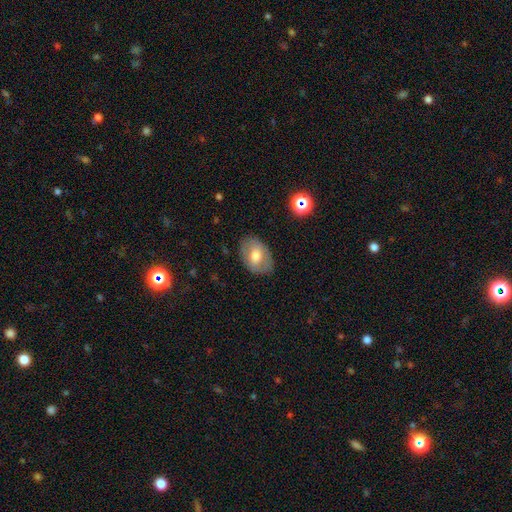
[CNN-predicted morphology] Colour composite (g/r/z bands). It shows a smooth galaxy with no disk features (64%) that is in between round and cigar-shaped (82%). Merging: none (82%).